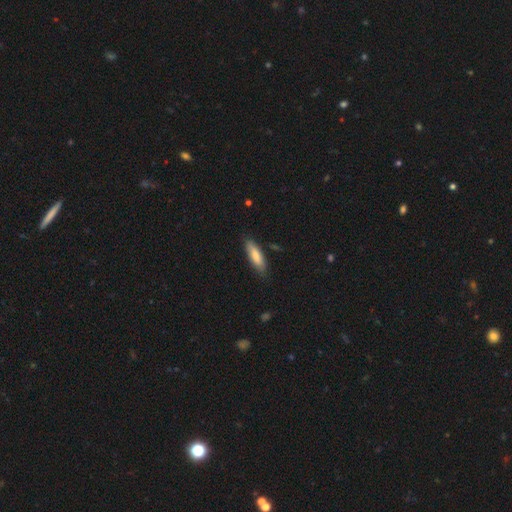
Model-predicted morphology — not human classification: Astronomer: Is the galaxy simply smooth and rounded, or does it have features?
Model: smooth — 80%.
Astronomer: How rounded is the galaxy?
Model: in between — 51% (runner-up: cigar-shaped, 48%).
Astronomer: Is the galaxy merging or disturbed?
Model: none — 81%.